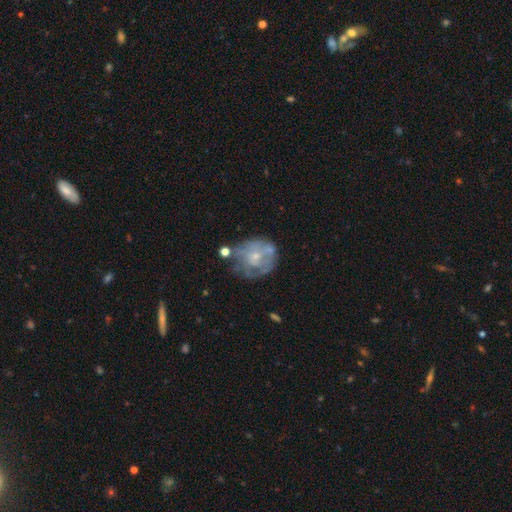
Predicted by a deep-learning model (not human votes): Smooth or featured? featured or disk (62%)
Edge-on disk? no (98%)
Bar? no (82%)
Spiral arms? no (58%)
Bulge size? small (65%)
Merging? none (46%)